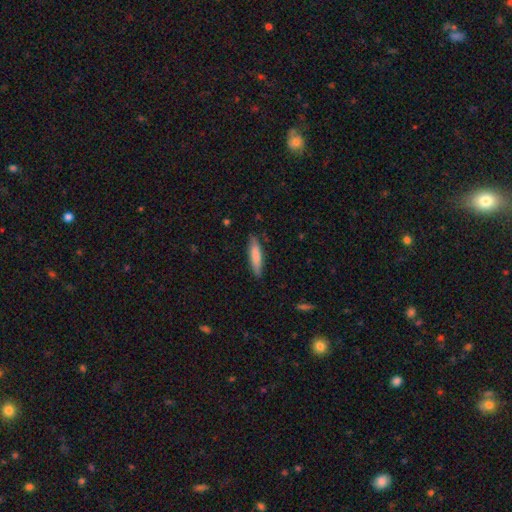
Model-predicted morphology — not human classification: This is likely a smooth galaxy (78%). How rounded: likely cigar-shaped (79%). Merging: clearly none (84%).